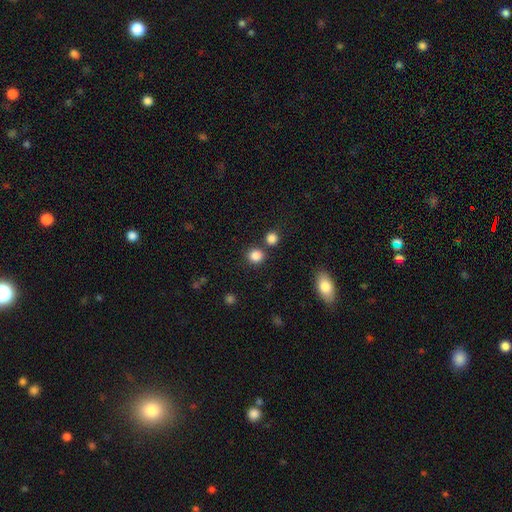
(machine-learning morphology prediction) The model was most divided on "merging": none: 76%, merger: 13%, minor disturbance: 8%, major disturbance: 3%. More confident: smooth or featured — smooth (85%); how rounded — round (84%).